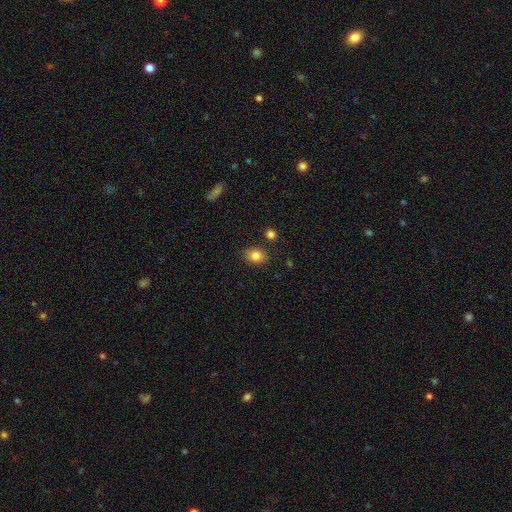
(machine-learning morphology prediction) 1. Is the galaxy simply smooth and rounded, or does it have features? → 84% smooth, 10% star or artifact, 6% featured or disk.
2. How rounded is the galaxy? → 60% in between, 39% round, 1% cigar-shaped.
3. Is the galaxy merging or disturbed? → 82% none, 11% minor disturbance, 4% merger, 3% major disturbance.